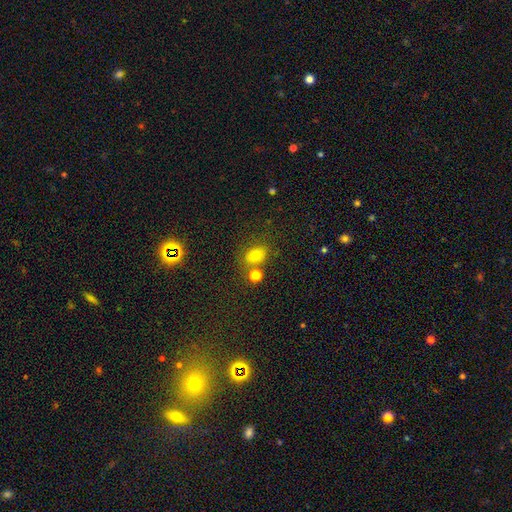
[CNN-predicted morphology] Smooth or featured? smooth (75%)
How rounded? in between (55%)
Merging? none (65%)